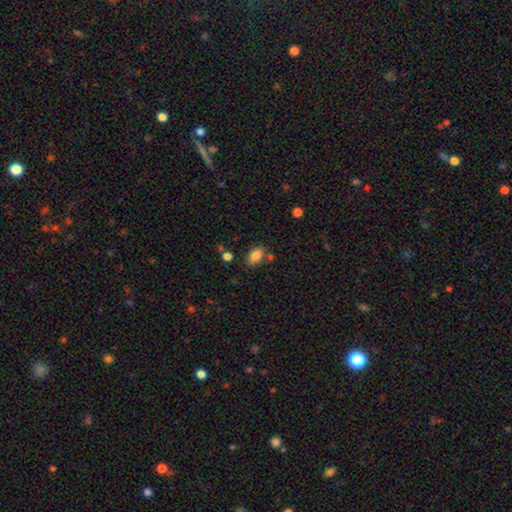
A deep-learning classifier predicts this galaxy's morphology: A smooth galaxy with no disk features (84%) that is in between round and cigar-shaped (90%). Merging: none (77%).